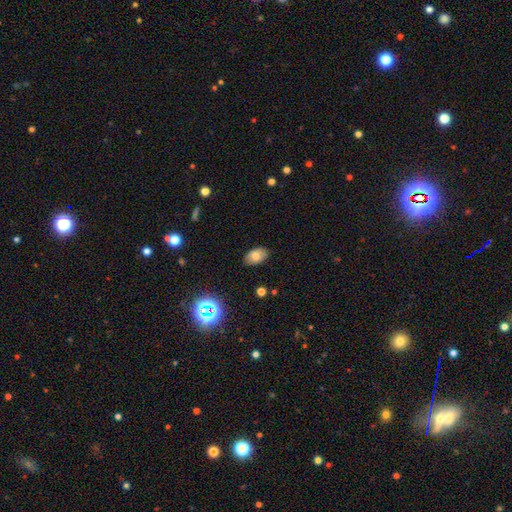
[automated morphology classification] A smooth galaxy with no disk features (77%) that is in between round and cigar-shaped (91%). Merging: none (82%).